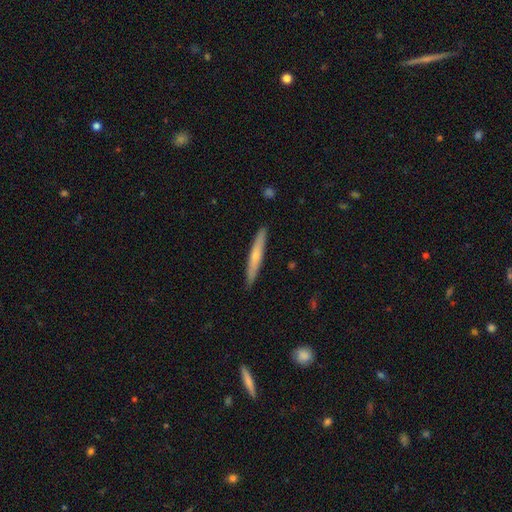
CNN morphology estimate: The model was most divided on "smooth or featured": smooth: 52%, featured or disk: 43%, star or artifact: 5%. More confident: how rounded — cigar-shaped (94%); merging — none (90%).